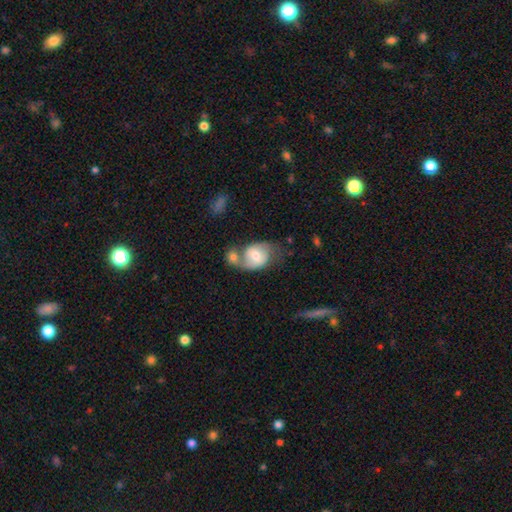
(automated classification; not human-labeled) This is possibly a smooth galaxy (52%). How rounded: likely in between (61%). Merging: marginally merger (42%).